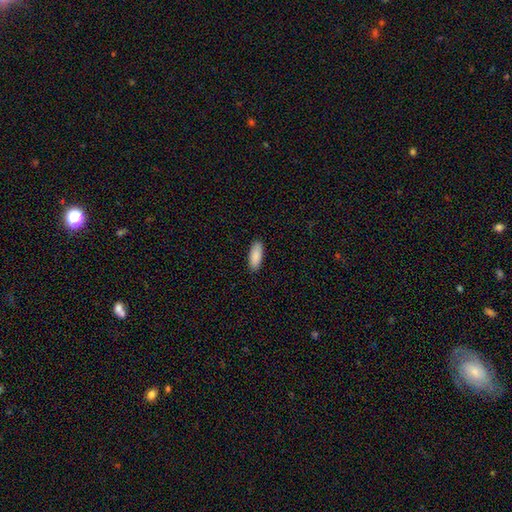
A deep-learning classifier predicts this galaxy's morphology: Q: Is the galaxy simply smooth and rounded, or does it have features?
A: smooth — 89%.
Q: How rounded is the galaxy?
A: in between — 76%.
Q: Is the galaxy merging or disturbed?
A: none — 89%.